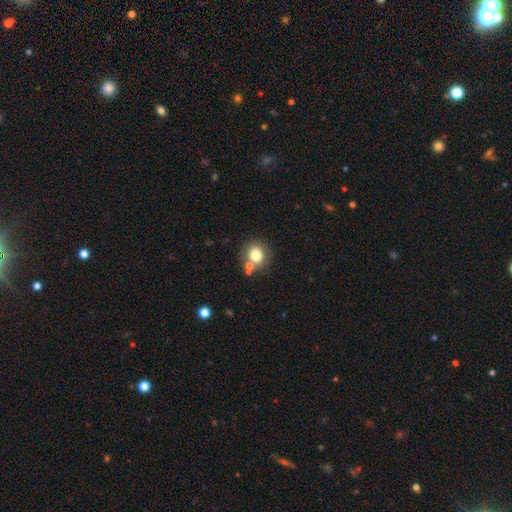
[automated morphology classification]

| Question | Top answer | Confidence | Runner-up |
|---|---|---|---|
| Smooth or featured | smooth | 77% | star or artifact (12%) |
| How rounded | round | 83% | in between (16%) |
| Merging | none | 68% | merger (18%) |